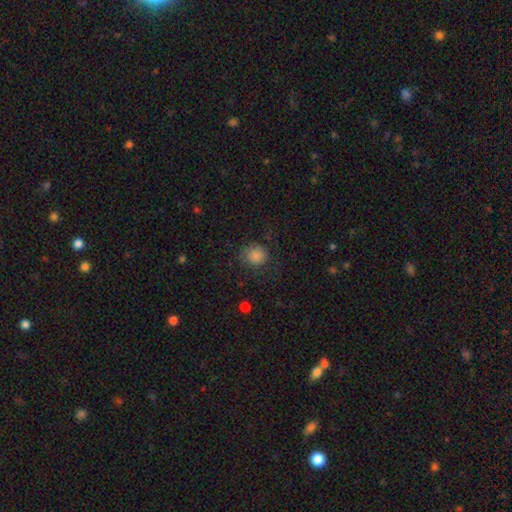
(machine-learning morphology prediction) Smooth or featured? Predicted: smooth (p=0.81). How rounded? Predicted: round (p=0.86). Merging? Predicted: none (p=0.68).